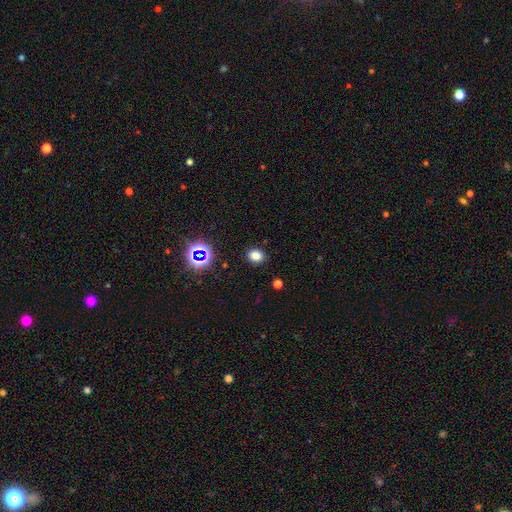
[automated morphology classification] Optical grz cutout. It shows a smooth galaxy with no disk features (77%) that is round (54%). Merging: none (88%).